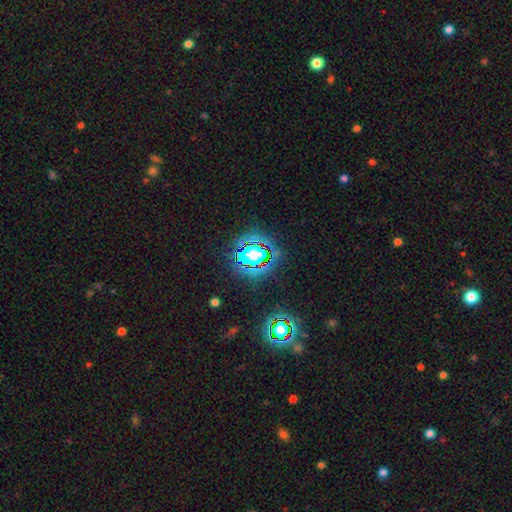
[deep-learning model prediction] Smooth or featured? star or artifact (81%)